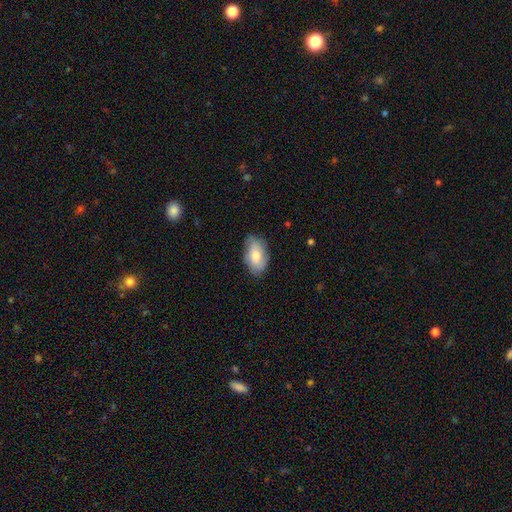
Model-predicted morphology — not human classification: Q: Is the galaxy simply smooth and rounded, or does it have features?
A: smooth — 74%.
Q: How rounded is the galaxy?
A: in between — 93%.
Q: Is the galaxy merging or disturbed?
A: none — 72%.